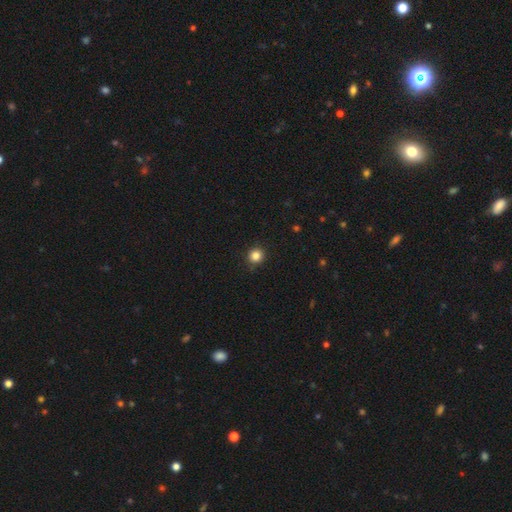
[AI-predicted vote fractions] smooth_or_featured: smooth (p=0.84) [alt: star or artifact p=0.12]
how_rounded: round (p=0.93) [alt: in between p=0.06]
merging: none (p=0.89) [alt: minor disturbance p=0.08]